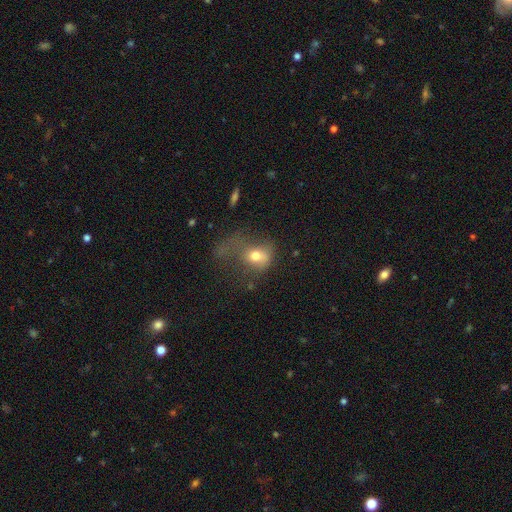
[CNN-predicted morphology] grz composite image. It shows a smooth galaxy with no disk features (68%) that is in between round and cigar-shaped (54%). Merging: major disturbance (62%).